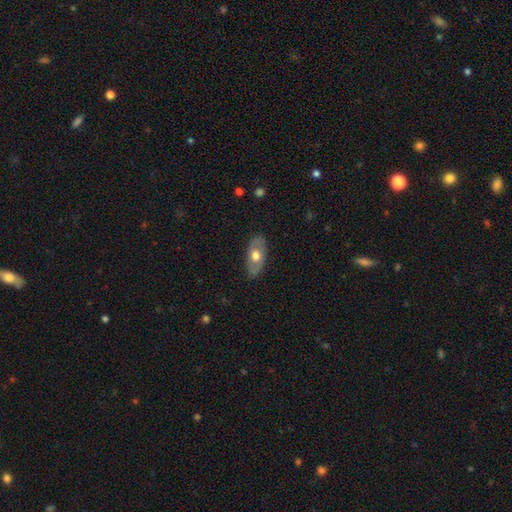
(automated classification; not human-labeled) Smooth or featured? Predicted: smooth (p=0.53). How rounded? Predicted: in between (p=0.89). Merging? Predicted: none (p=0.83).